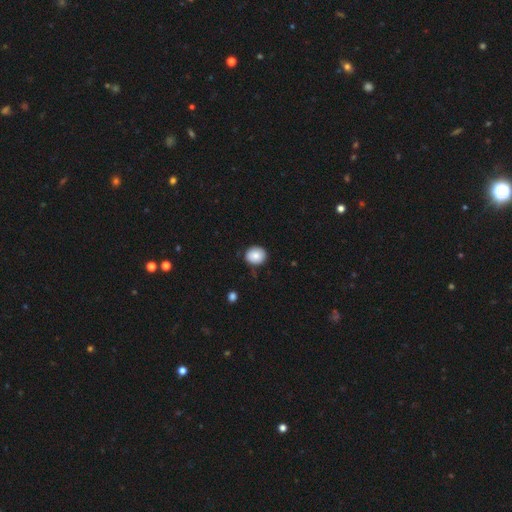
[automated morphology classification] A smooth galaxy with no disk features (84%) that is round (80%). Merging: none (82%).